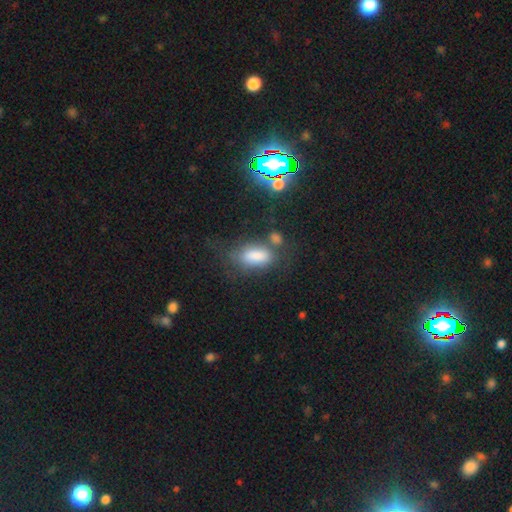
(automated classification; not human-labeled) Smooth or featured? smooth (75%)
How rounded? in between (87%)
Merging? none (54%)